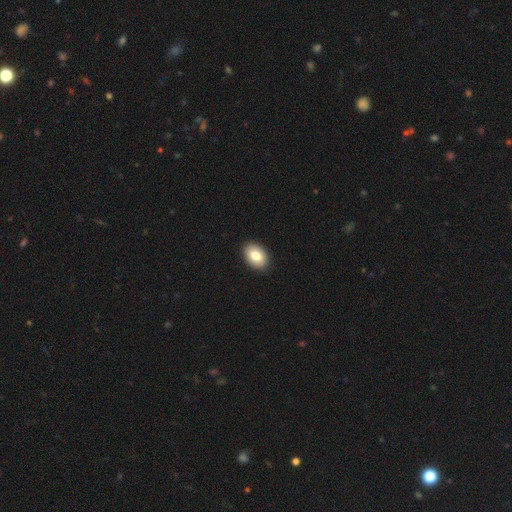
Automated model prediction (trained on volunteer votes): Smooth or featured?
  - smooth: 83% *
  - featured or disk: 10%
  - star or artifact: 7%
How rounded?
  - in between: 84% *
  - round: 15%
  - cigar-shaped: 1%
Merging?
  - none: 91% *
  - minor disturbance: 6%
  - major disturbance: 1%
  - merger: 1%